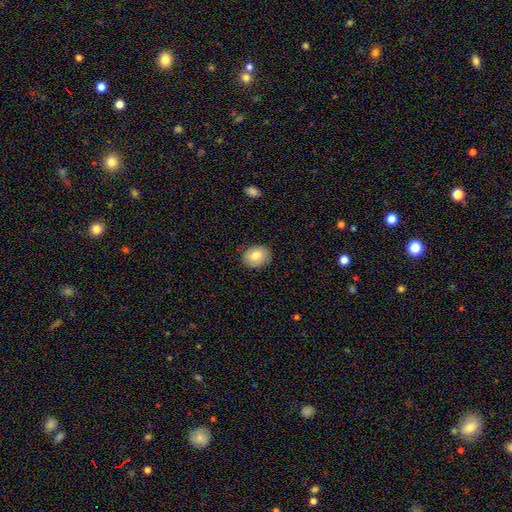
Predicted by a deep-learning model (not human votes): smooth 78%, featured or disk 14%, star or artifact 8%. Down the decision tree: how rounded — in between (52%); merging — none (85%).